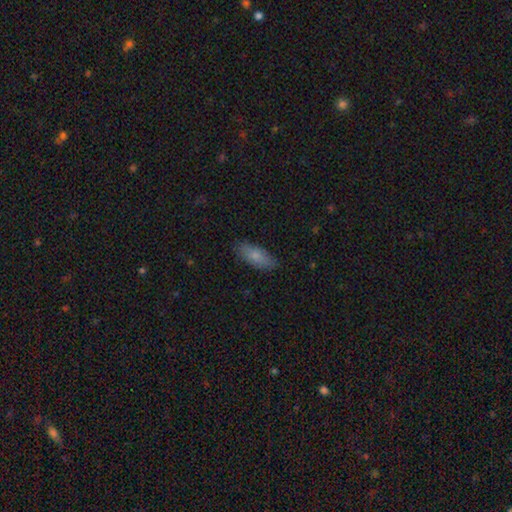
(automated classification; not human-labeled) This is likely a smooth galaxy (79%). How rounded: likely in between (77%). Merging: clearly none (83%).